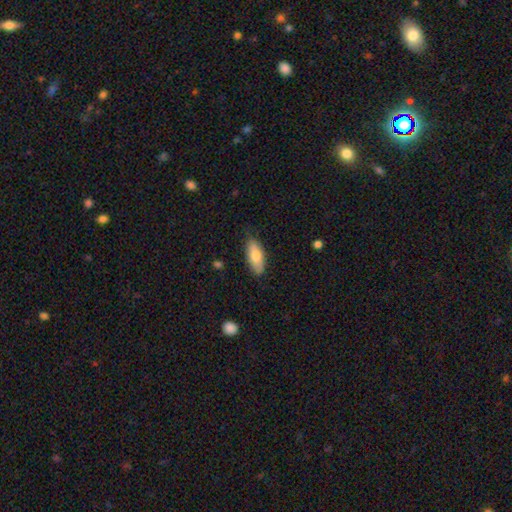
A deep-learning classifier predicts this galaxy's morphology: Smooth or featured?
  - smooth: 77% *
  - featured or disk: 17%
  - star or artifact: 6%
How rounded?
  - in between: 79% *
  - cigar-shaped: 18%
  - round: 2%
Merging?
  - none: 81% *
  - minor disturbance: 15%
  - major disturbance: 3%
  - merger: 1%